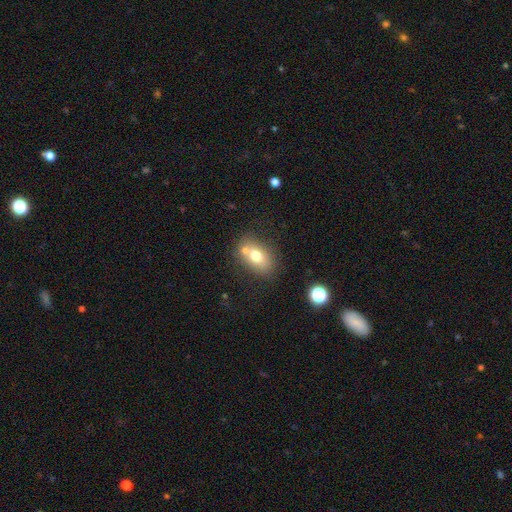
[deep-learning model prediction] Q: Smooth or featured?
A: smooth (70%); runner-up: featured or disk (19%)
Q: How rounded?
A: in between (76%); runner-up: round (23%)
Q: Merging?
A: none (56%); runner-up: merger (26%)